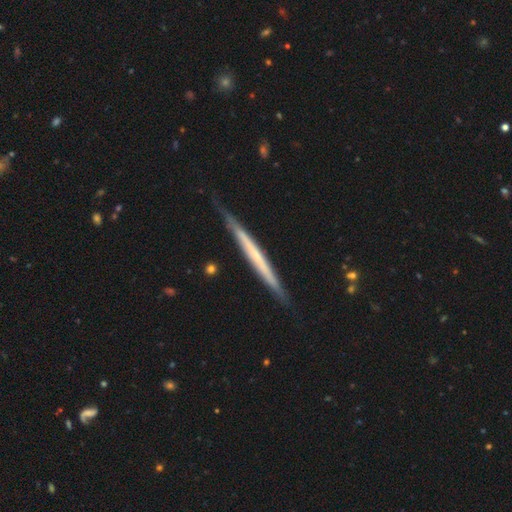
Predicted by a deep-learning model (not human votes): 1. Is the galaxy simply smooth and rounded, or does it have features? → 62% featured or disk, 32% smooth, 5% star or artifact.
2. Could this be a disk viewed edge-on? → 96% yes, 4% no.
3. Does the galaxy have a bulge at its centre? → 79% none, 16% rounded, 5% boxy.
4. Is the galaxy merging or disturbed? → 81% none, 15% minor disturbance, 2% major disturbance, 2% merger.